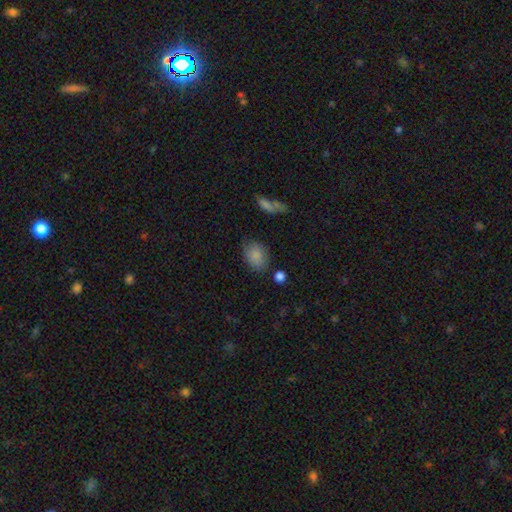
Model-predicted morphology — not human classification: The model was most divided on "how rounded": in between: 67%, round: 31%, cigar-shaped: 1%. More confident: smooth or featured — smooth (85%); merging — none (75%).